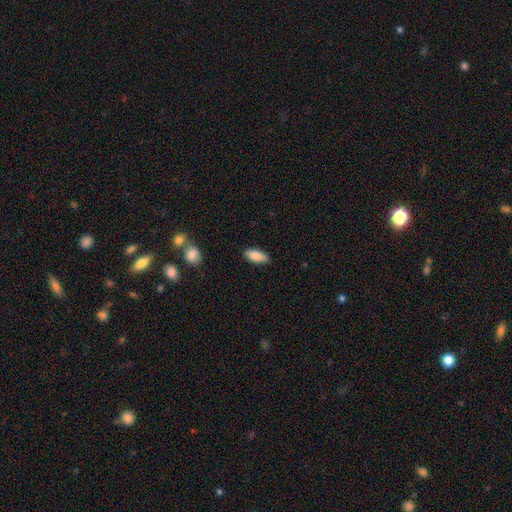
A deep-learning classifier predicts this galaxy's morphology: smooth 88%, star or artifact 6%, featured or disk 6%. Down the decision tree: how rounded — in between (84%); merging — none (85%).